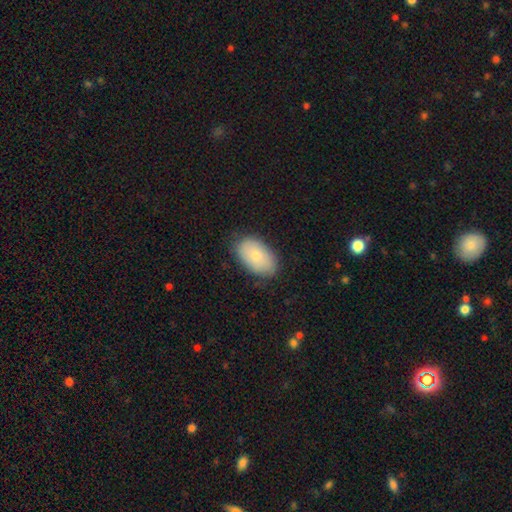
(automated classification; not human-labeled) smooth_or_featured: smooth (p=0.78) [alt: featured or disk p=0.15]
how_rounded: in between (p=0.93) [alt: round p=0.06]
merging: none (p=0.81) [alt: minor disturbance p=0.15]